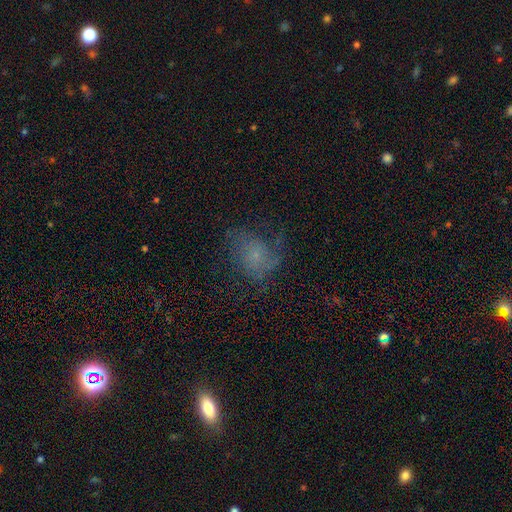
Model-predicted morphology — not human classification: A featured or disk galaxy (47%). Merging: none (49%).